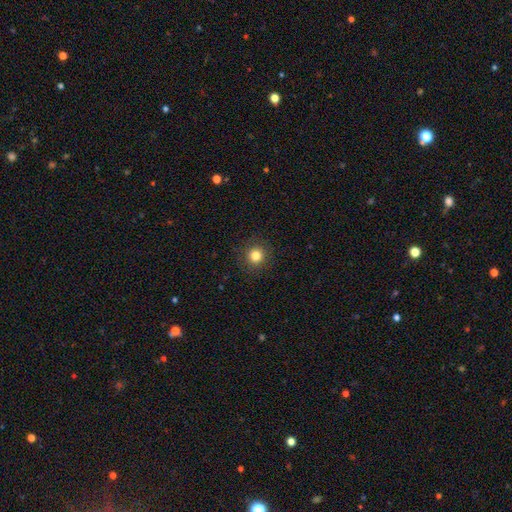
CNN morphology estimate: This is clearly a smooth galaxy (83%). How rounded: clearly round (93%). Merging: clearly none (91%).